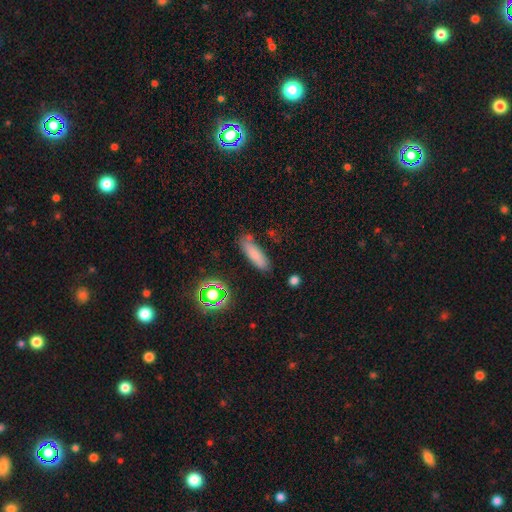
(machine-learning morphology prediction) type=smooth (78%); roundness=cigar-shaped (53%); merging=none (73%).